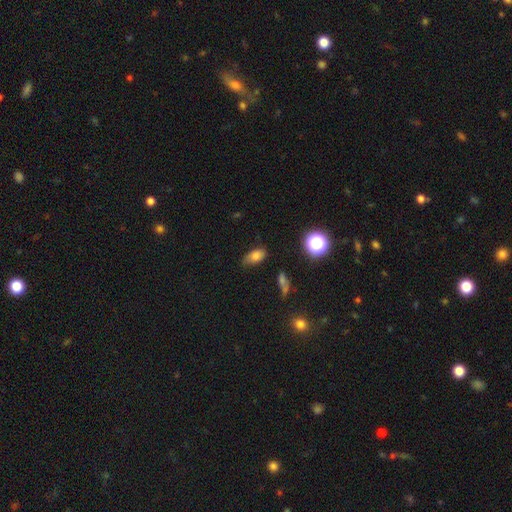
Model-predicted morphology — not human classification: This is likely a smooth galaxy (75%). How rounded: clearly in between (88%). Merging: possibly none (57%).